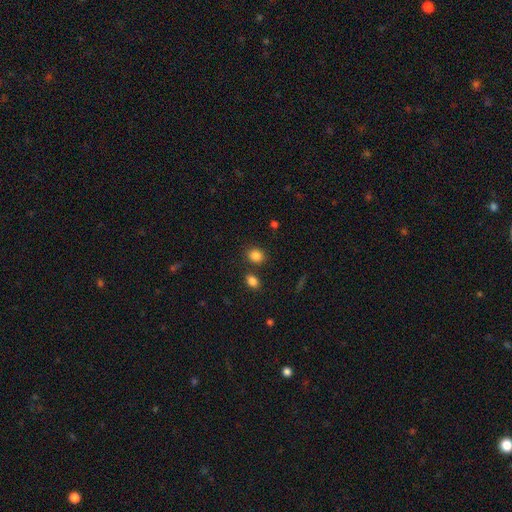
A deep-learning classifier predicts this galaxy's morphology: smooth_or_featured: smooth (p=0.86) [alt: star or artifact p=0.10]
how_rounded: round (p=0.62) [alt: in between p=0.37]
merging: none (p=0.80) [alt: minor disturbance p=0.09]